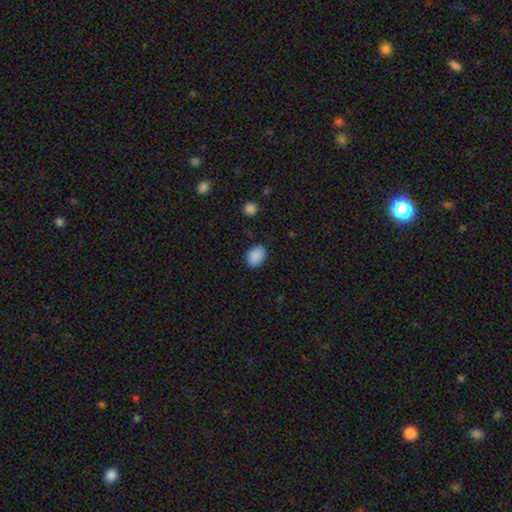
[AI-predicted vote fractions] smooth 89%, star or artifact 8%, featured or disk 3%. Down the decision tree: how rounded — in between (74%); merging — none (82%).